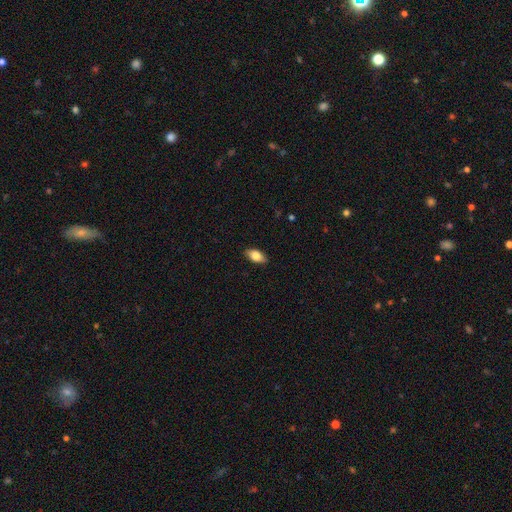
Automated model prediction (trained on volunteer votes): Smooth or featured?
  - smooth: 82% *
  - featured or disk: 12%
  - star or artifact: 7%
How rounded?
  - in between: 91% *
  - cigar-shaped: 5%
  - round: 4%
Merging?
  - none: 88% *
  - minor disturbance: 10%
  - major disturbance: 2%
  - merger: 1%